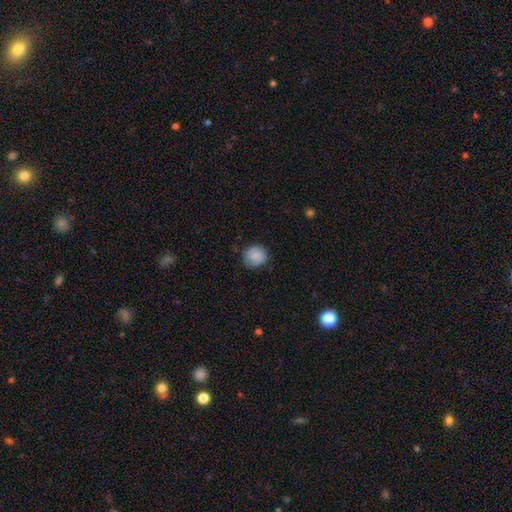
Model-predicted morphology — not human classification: Q: Smooth or featured?
A: smooth (87%); runner-up: star or artifact (8%)
Q: How rounded?
A: round (88%); runner-up: in between (11%)
Q: Merging?
A: none (80%); runner-up: minor disturbance (16%)